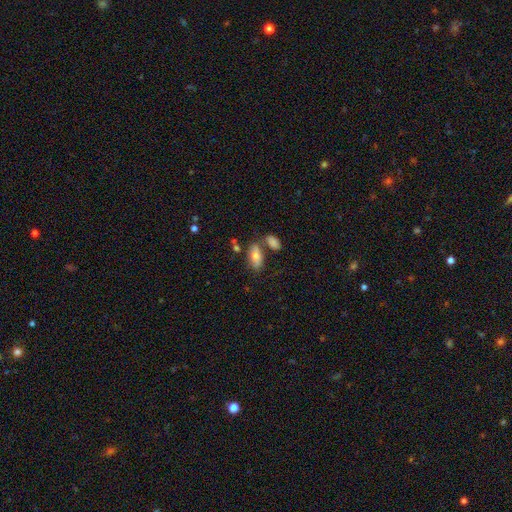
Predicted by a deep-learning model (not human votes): The model was most divided on "merging": none: 61%, merger: 20%, minor disturbance: 15%, major disturbance: 5%. More confident: how rounded — in between (88%); smooth or featured — smooth (76%).